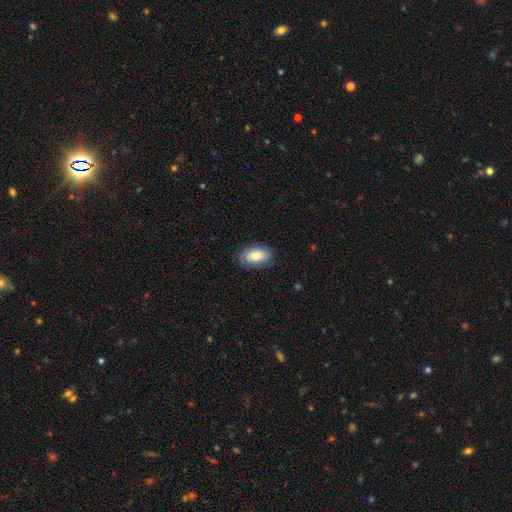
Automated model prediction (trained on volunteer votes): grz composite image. It shows a smooth galaxy with no disk features (77%) that is in between round and cigar-shaped (93%). Merging: none (77%).